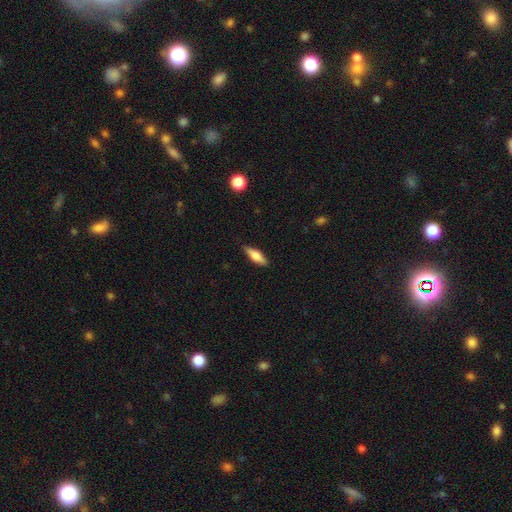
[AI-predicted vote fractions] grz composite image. It shows a smooth galaxy with no disk features (62%) that is cigar-shaped (52%). Merging: none (87%).